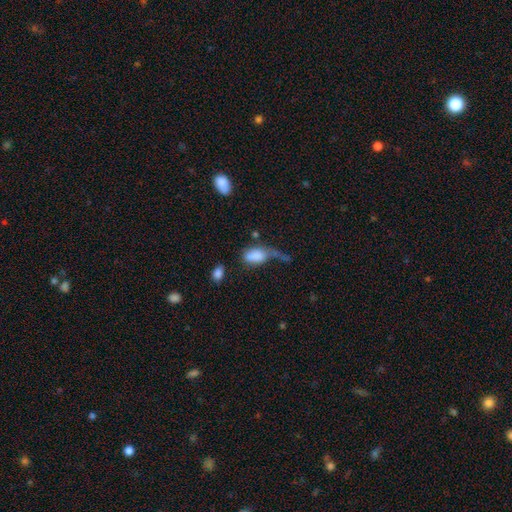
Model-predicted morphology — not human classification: Smooth or featured?
  - smooth: 77% *
  - featured or disk: 14%
  - star or artifact: 9%
How rounded?
  - in between: 89% *
  - round: 7%
  - cigar-shaped: 4%
Merging?
  - major disturbance: 46% *
  - minor disturbance: 20%
  - none: 19%
  - merger: 15%